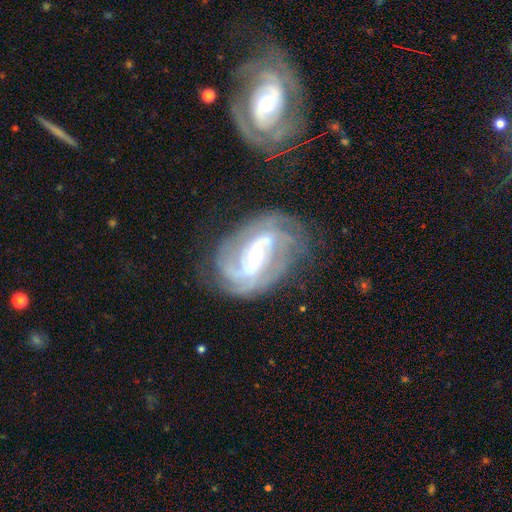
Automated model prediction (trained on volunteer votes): smooth-or-featured: featured or disk: 89% | smooth: 6% | star or artifact: 6%
  disk-edge-on: no: 96% | yes: 4%
    bar: weak: 39% | no: 35% | strong: 26%
    has-spiral-arms: yes: 96% | no: 4%
      spiral-winding: tight: 53% | medium: 35% | loose: 11%
      spiral-arm-count: 2: 29% | 3: 25% | can't tell: 22% | 4: 12% | more than 4: 6% | 1: 6%
    bulge-size: moderate: 52% | small: 43% | large: 3% | none: 1% | dominant: 1%
  merging: none: 70% | minor disturbance: 18% | major disturbance: 9% | merger: 2%